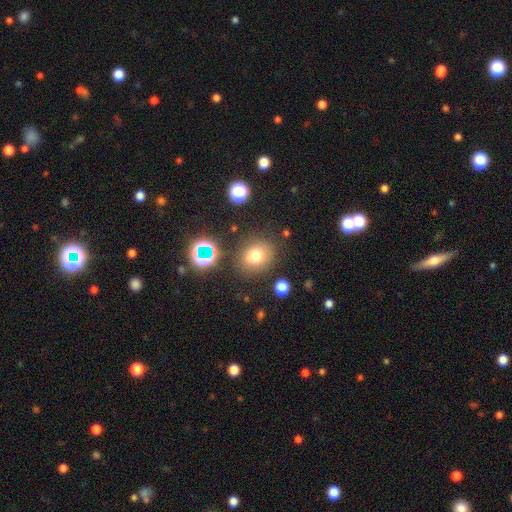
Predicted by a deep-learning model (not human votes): This is likely a smooth galaxy (72%). How rounded: likely round (71%). Merging: clearly none (81%).